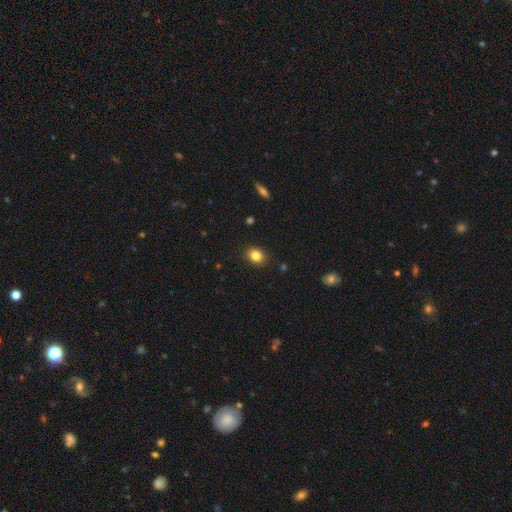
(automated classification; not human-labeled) Smooth or featured?
  - smooth: 84% *
  - star or artifact: 10%
  - featured or disk: 6%
How rounded?
  - in between: 50% *
  - round: 49%
  - cigar-shaped: 1%
Merging?
  - none: 89% *
  - minor disturbance: 8%
  - major disturbance: 2%
  - merger: 1%